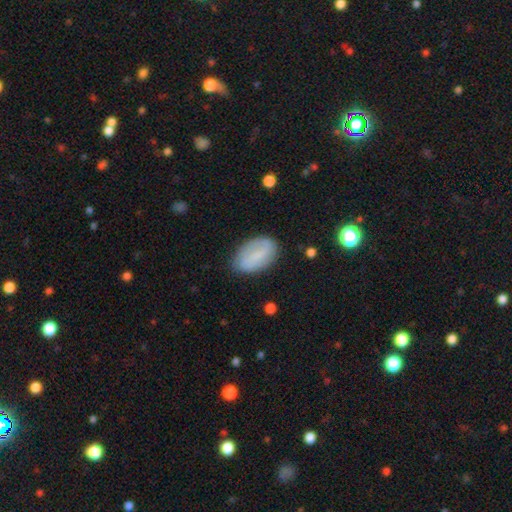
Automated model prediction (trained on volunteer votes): Q: Smooth or featured?
A: smooth (60%); runner-up: featured or disk (32%)
Q: How rounded?
A: in between (92%); runner-up: round (6%)
Q: Merging?
A: none (74%); runner-up: minor disturbance (19%)